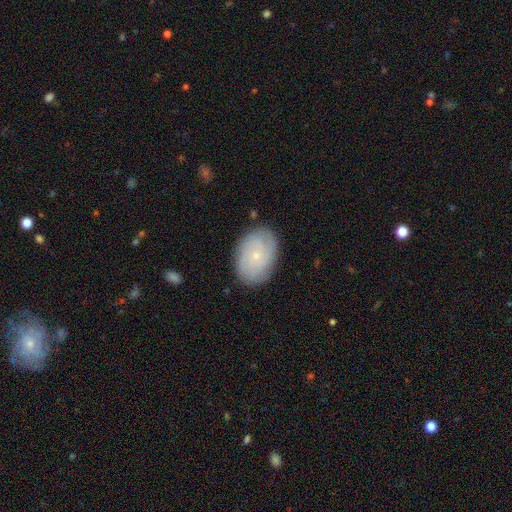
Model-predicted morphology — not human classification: featured or disk 55%, smooth 37%, star or artifact 8%. Down the decision tree: edge-on disk — no (96%); bar — no (83%); spiral arms — yes (84%); bulge size — small (81%); merging — none (83%).